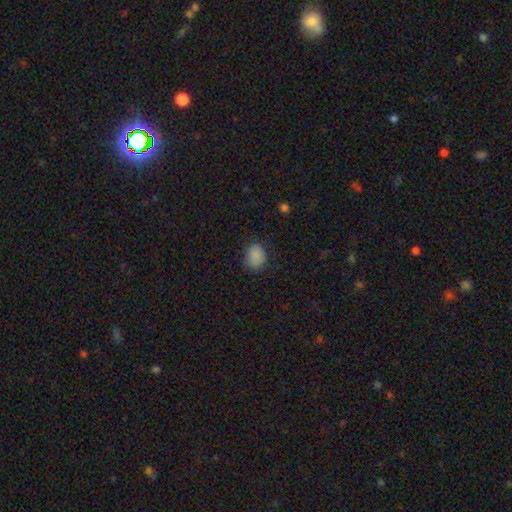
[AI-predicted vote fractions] A smooth galaxy with no disk features (86%) that is round (52%). Merging: none (77%).